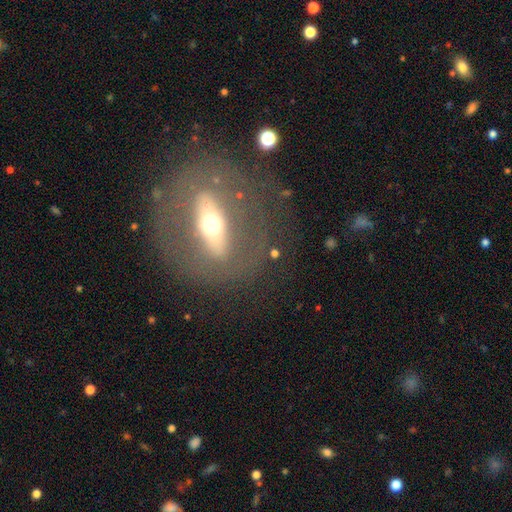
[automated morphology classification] Q: Smooth or featured?
A: featured or disk (72%); runner-up: smooth (19%)
Q: Edge-on disk?
A: no (61%); runner-up: yes (39%)
Q: Merging?
A: none (78%); runner-up: minor disturbance (11%)